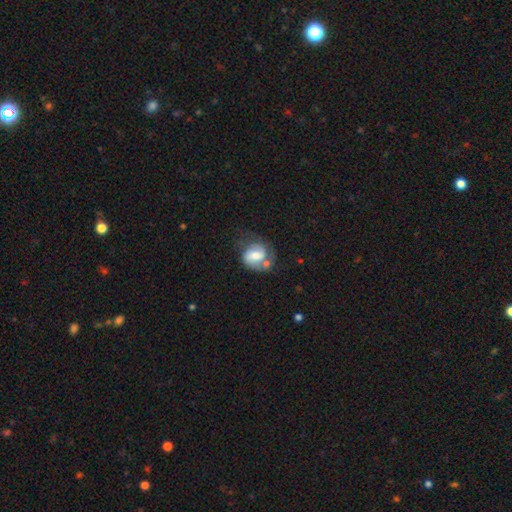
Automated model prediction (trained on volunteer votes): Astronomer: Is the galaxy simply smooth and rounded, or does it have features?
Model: featured or disk — 47% (runner-up: smooth, 46%).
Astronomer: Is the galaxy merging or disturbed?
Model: none — 41% (runner-up: minor disturbance, 24%).